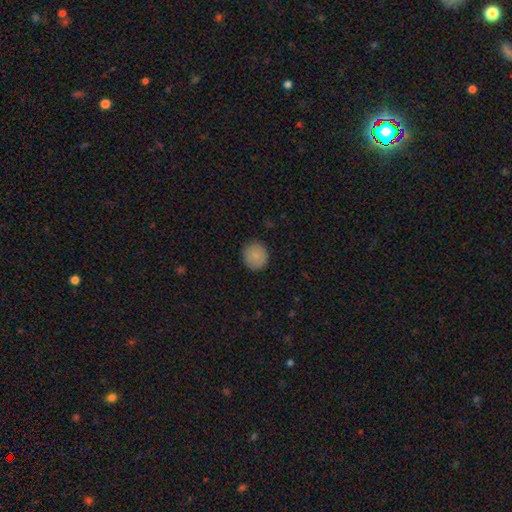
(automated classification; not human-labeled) smooth-or-featured: smooth: 87% | star or artifact: 9% | featured or disk: 5%
  how-rounded: round: 88% | in between: 11% | cigar-shaped: 1%
  merging: none: 88% | minor disturbance: 9% | major disturbance: 2% | merger: 1%